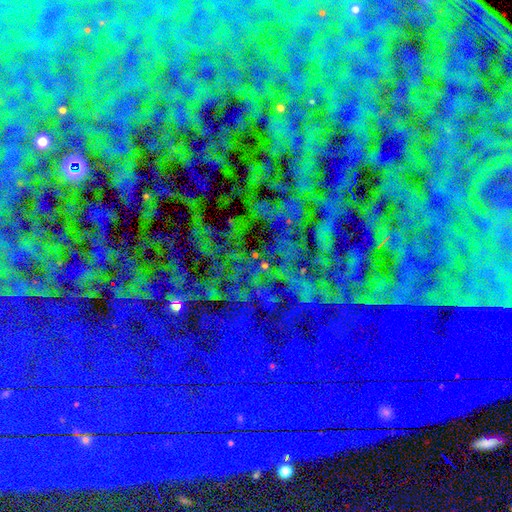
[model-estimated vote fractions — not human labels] Morphology: type=star or artifact (80%).